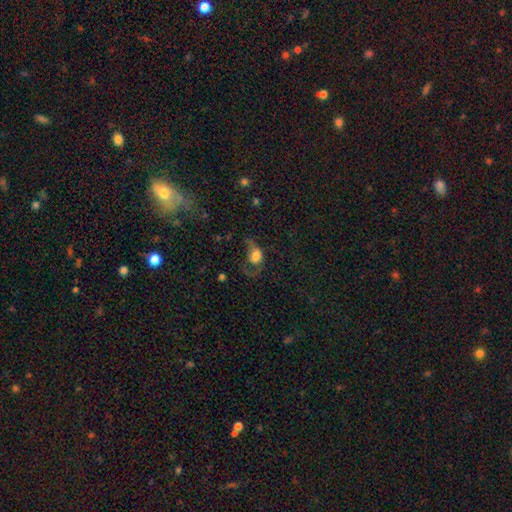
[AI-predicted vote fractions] smooth-or-featured: smooth: 59% | featured or disk: 29% | star or artifact: 11%
  how-rounded: in between: 55% | round: 43% | cigar-shaped: 2%
  merging: major disturbance: 56% | none: 23% | minor disturbance: 17% | merger: 4%